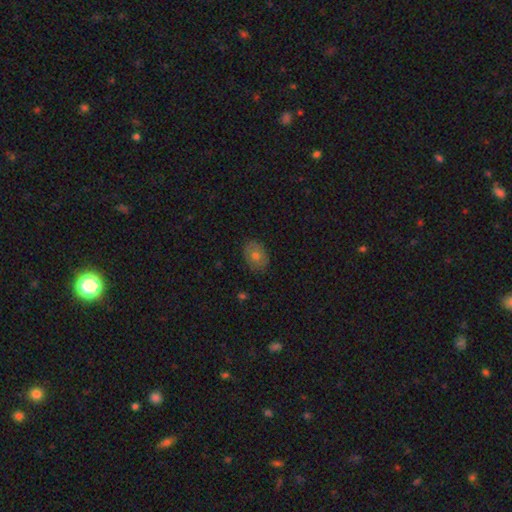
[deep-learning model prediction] A smooth galaxy with no disk features (68%) that is in between round and cigar-shaped (68%).

Vote fractions:
- Smooth or featured? smooth: 68% / featured or disk: 20% / star or artifact: 11%
- How rounded? in between: 68% / round: 31% / cigar-shaped: 1%
- Merging? none: 84% / minor disturbance: 12% / major disturbance: 2% / merger: 1%